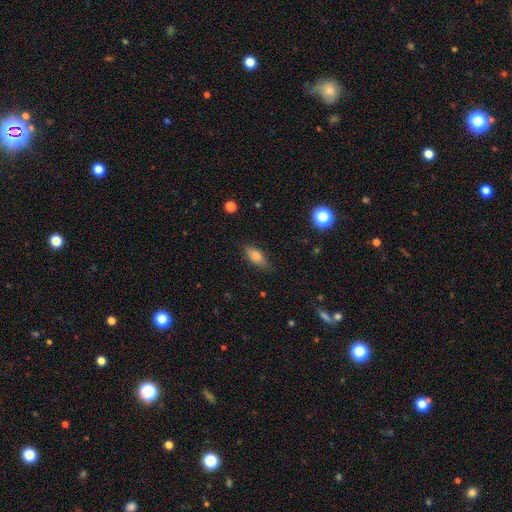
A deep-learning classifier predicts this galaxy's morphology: This appears to be a smooth galaxy with no disk features (73%) that is in between round and cigar-shaped (74%). Merging: none (81%).